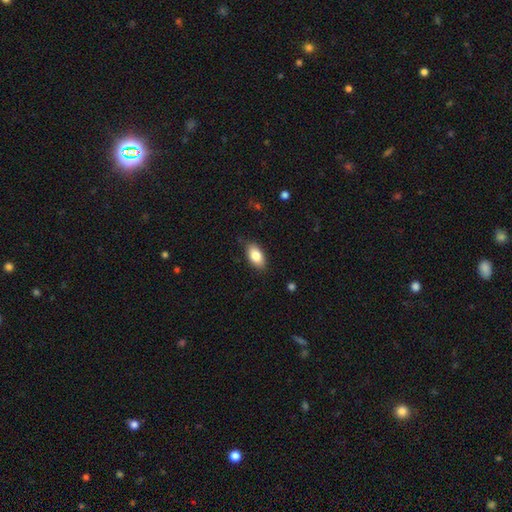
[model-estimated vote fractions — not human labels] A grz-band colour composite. It shows a smooth galaxy with no disk features (83%) that is in between round and cigar-shaped (92%). Merging: none (83%).